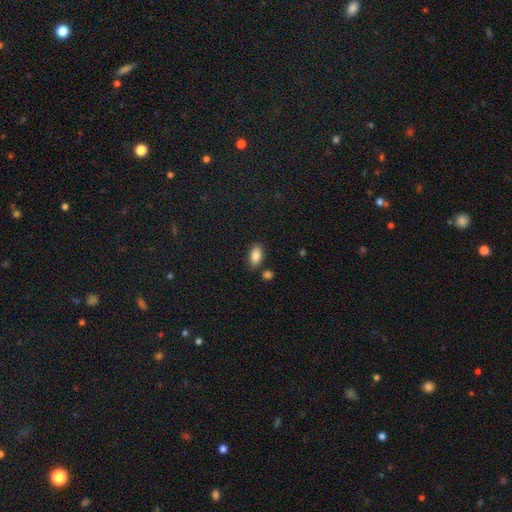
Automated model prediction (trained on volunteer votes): A smooth galaxy with no disk features (86%) that is in between round and cigar-shaped (92%).

Vote fractions:
- Smooth or featured? smooth: 86% / star or artifact: 8% / featured or disk: 6%
- How rounded? in between: 92% / round: 5% / cigar-shaped: 3%
- Merging? none: 80% / minor disturbance: 11% / merger: 6% / major disturbance: 3%